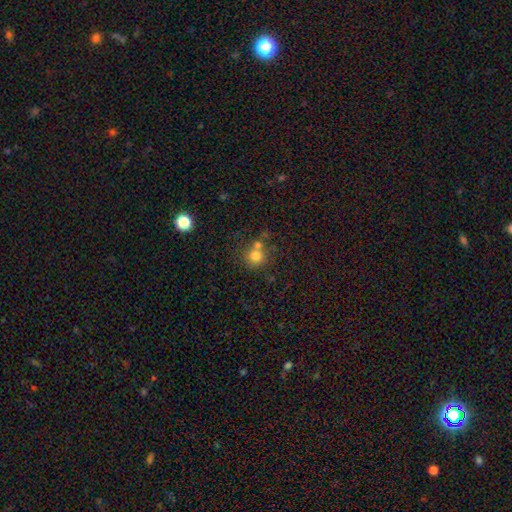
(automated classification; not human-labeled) A smooth galaxy with no disk features (76%) that is round (87%). Merging: none (51%).